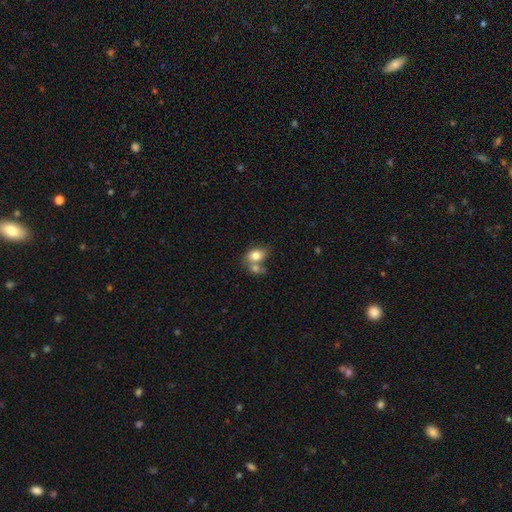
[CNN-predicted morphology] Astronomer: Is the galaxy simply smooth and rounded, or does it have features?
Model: smooth — 79%.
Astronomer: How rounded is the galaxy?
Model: in between — 73%.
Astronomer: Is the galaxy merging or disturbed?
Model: merger — 45% (runner-up: none, 38%).